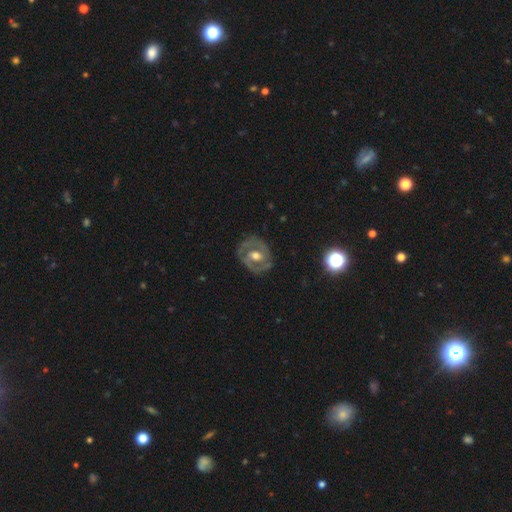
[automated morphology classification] This appears to be a featured or disk galaxy (76%) with no bar (43%), spiral arms (66%) and a moderate central bulge (72%). Merging: none (75%).